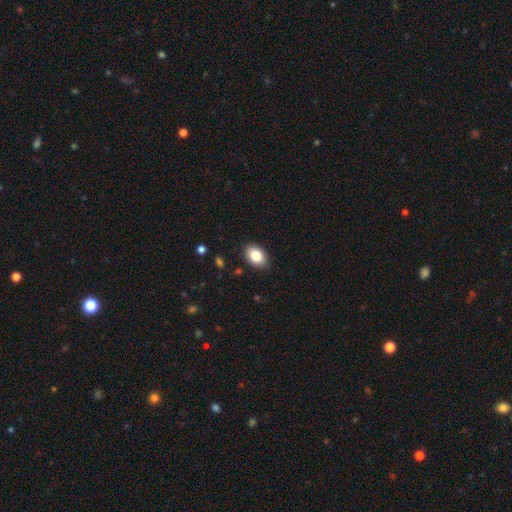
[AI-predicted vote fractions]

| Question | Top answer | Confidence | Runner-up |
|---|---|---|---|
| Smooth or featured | smooth | 85% | featured or disk (7%) |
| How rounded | in between | 85% | round (14%) |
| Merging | none | 88% | minor disturbance (9%) |